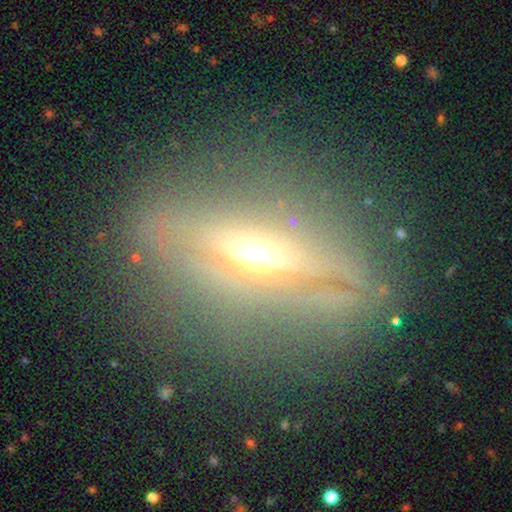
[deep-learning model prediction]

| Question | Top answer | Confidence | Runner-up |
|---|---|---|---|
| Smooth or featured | featured or disk | 68% | smooth (21%) |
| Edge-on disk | yes | 74% | no (26%) |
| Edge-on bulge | rounded | 88% | none (6%) |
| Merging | none | 70% | minor disturbance (16%) |